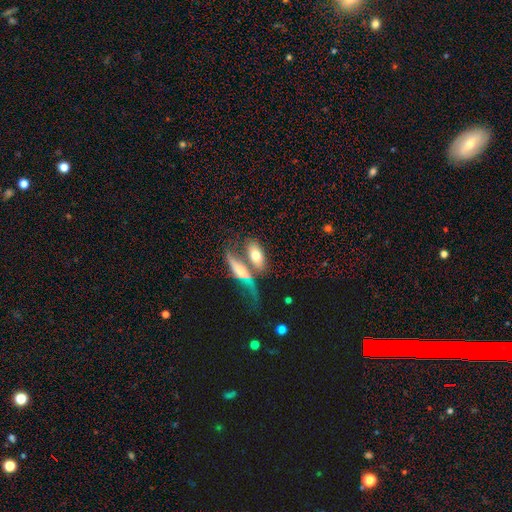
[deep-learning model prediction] smooth_or_featured: smooth (p=0.64) [alt: featured or disk p=0.30]
how_rounded: in between (p=0.82) [alt: cigar-shaped p=0.13]
merging: merger (p=0.53) [alt: none p=0.27]